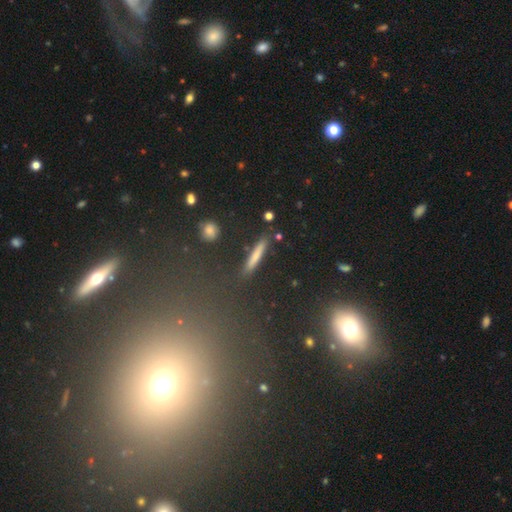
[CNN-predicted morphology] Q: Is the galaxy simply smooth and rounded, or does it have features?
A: smooth — 71%.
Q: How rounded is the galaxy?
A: cigar-shaped — 92%.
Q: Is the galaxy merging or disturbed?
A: none — 86%.